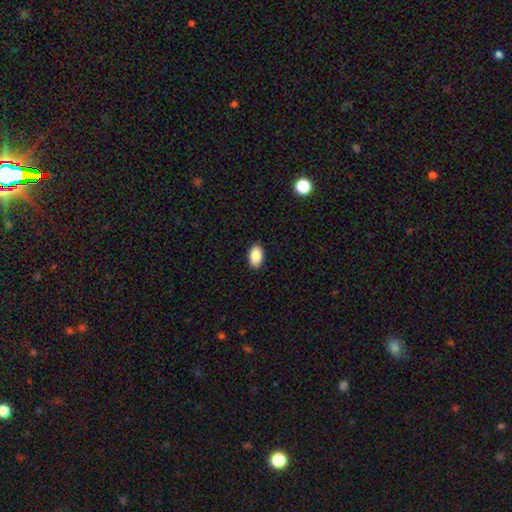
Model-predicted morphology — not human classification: Overall: smooth (89%). How rounded: in between (93%). Merging: none (90%).